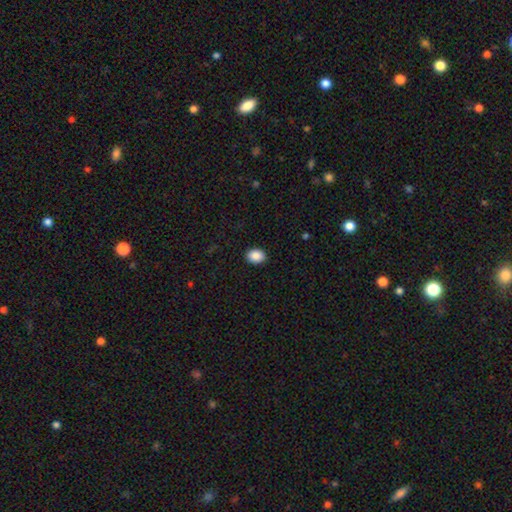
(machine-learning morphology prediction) Smooth or featured?
  - smooth: 88% *
  - star or artifact: 8%
  - featured or disk: 3%
How rounded?
  - in between: 63% *
  - round: 36%
  - cigar-shaped: 1%
Merging?
  - none: 91% *
  - minor disturbance: 6%
  - major disturbance: 2%
  - merger: 1%